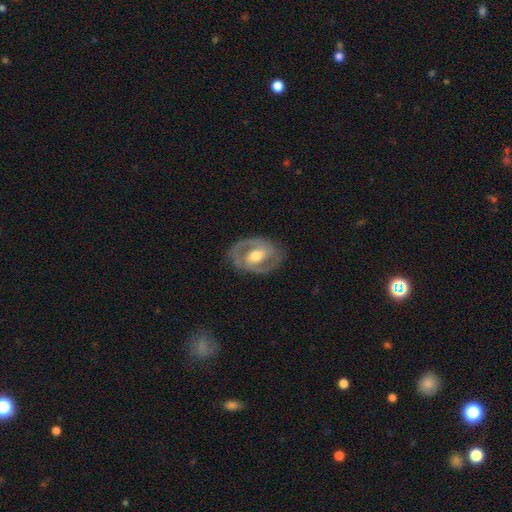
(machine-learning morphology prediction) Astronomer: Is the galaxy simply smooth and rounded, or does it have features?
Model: featured or disk — 84%.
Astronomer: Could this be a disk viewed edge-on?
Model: no — 96%.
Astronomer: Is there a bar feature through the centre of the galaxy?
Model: weak — 43% (runner-up: strong, 30%).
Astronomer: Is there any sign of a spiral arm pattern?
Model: yes — 87%.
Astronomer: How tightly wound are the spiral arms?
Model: medium — 49% (runner-up: tight, 38%).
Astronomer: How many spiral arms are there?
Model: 2 — 87%.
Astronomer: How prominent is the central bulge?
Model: moderate — 73%.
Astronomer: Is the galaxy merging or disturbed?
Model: none — 81%.